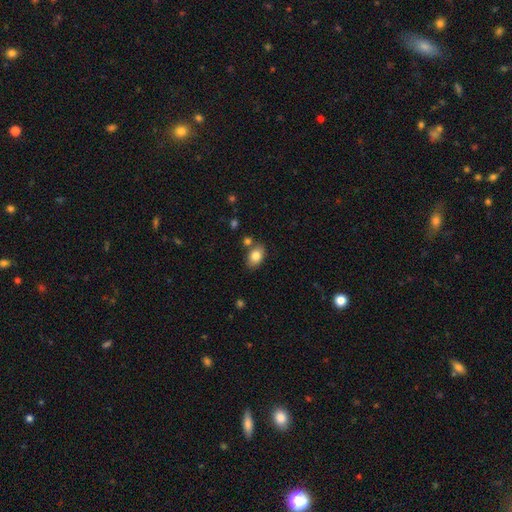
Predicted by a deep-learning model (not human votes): A smooth galaxy with no disk features (82%) that is in between round and cigar-shaped (83%).

Vote fractions:
- Smooth or featured? smooth: 82% / featured or disk: 9% / star or artifact: 8%
- How rounded? in between: 83% / round: 16% / cigar-shaped: 1%
- Merging? none: 75% / minor disturbance: 13% / merger: 9% / major disturbance: 3%